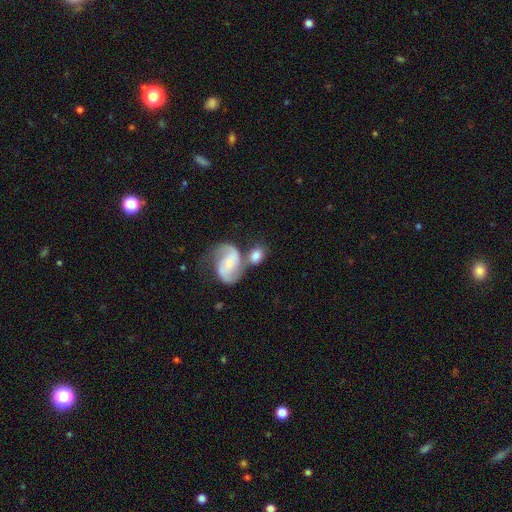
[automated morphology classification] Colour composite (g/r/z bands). It shows a smooth galaxy with no disk features (47%). Merging: merger (45%).